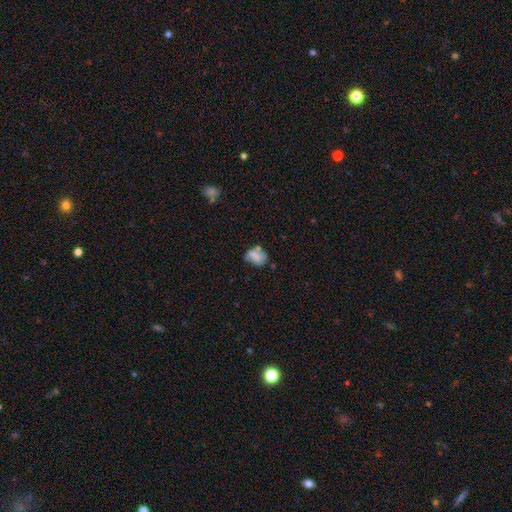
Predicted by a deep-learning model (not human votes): The model was most divided on "merging": none: 40%, minor disturbance: 28%, merger: 17%, major disturbance: 15%. More confident: how rounded — in between (68%); smooth or featured — smooth (62%).